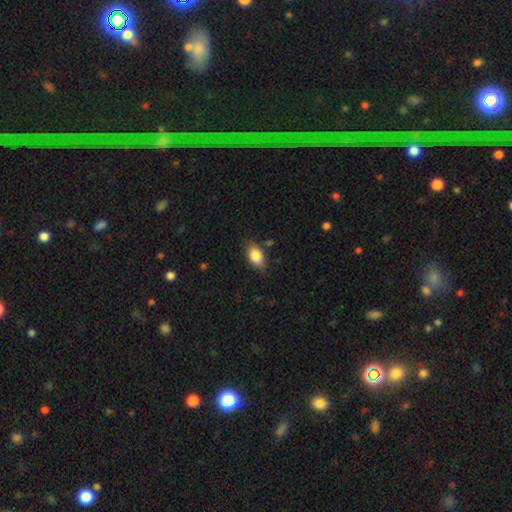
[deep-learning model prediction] smooth 85%, star or artifact 7%, featured or disk 7%. Down the decision tree: how rounded — in between (90%); merging — none (79%).